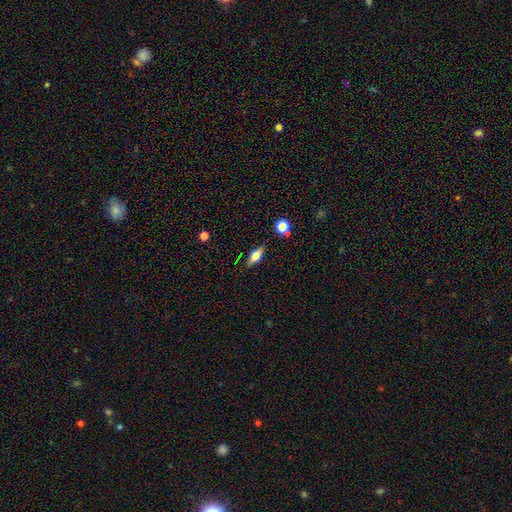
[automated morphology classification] smooth 50%, featured or disk 41%, star or artifact 9%. Down the decision tree: merging — none (86%).